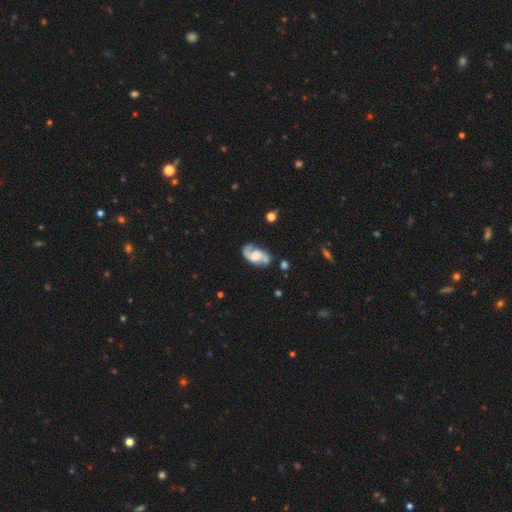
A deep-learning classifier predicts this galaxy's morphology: Smooth or featured: featured or disk — 83% (smooth — 12%)
Edge-on disk: no — 97% (yes — 3%)
Bar: no — 48% (weak — 40%)
Spiral arms: yes — 96% (no — 4%)
Spiral winding: medium — 44% (loose — 42%)
Spiral arm count: 2 — 91% (can't tell — 3%)
Bulge size: none — 35% (moderate — 24%)
Merging: none — 72% (minor disturbance — 17%)